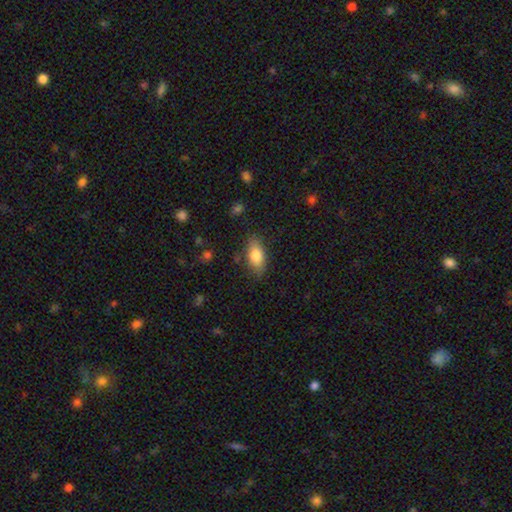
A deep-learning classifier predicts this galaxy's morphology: A smooth galaxy with no disk features (80%) that is in between round and cigar-shaped (88%). Merging: none (79%).